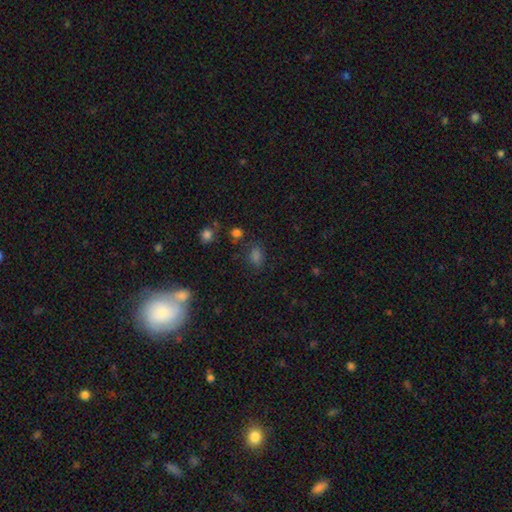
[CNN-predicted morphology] A smooth galaxy with no disk features (61%) that is in between round and cigar-shaped (68%).

Vote fractions:
- Smooth or featured? smooth: 61% / star or artifact: 28% / featured or disk: 11%
- How rounded? in between: 68% / round: 29% / cigar-shaped: 3%
- Merging? none: 68% / minor disturbance: 14% / merger: 11% / major disturbance: 7%